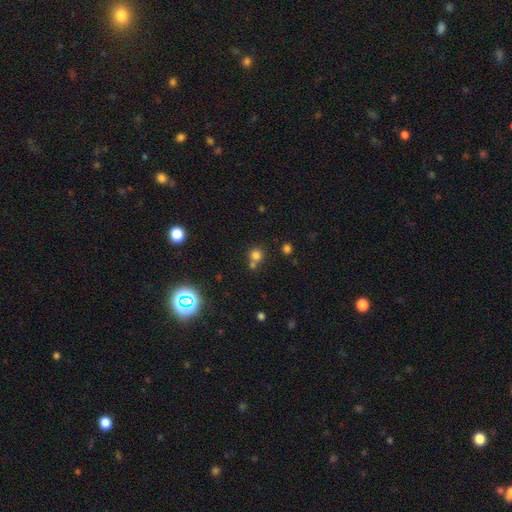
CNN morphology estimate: Smooth or featured?
  - smooth: 73% *
  - star or artifact: 19%
  - featured or disk: 7%
How rounded?
  - round: 88% *
  - in between: 11%
  - cigar-shaped: 1%
Merging?
  - none: 56% *
  - merger: 33%
  - minor disturbance: 8%
  - major disturbance: 4%